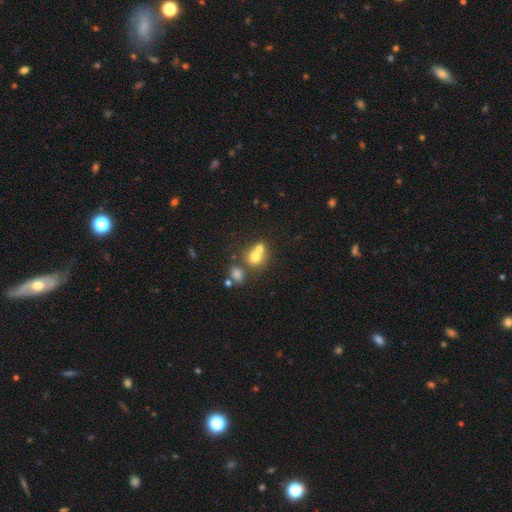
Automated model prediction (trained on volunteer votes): Smooth or featured: smooth — 66% (featured or disk — 19%)
How rounded: round — 74% (in between — 25%)
Merging: merger — 58% (none — 32%)